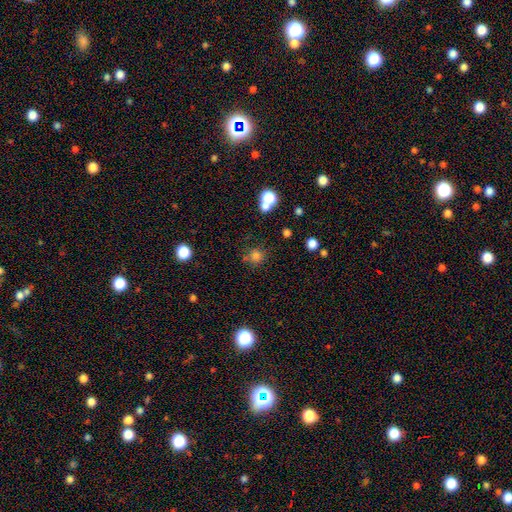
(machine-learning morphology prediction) This appears to be a smooth galaxy with no disk features (76%) that is round (90%). Merging: none (72%).